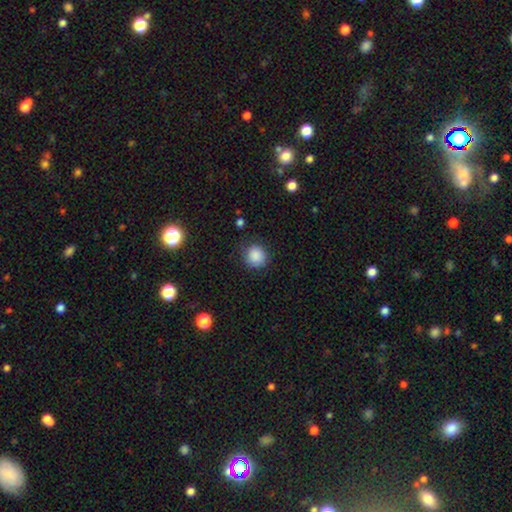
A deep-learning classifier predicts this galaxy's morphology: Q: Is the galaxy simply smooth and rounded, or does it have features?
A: smooth — 87%.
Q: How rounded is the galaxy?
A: round — 89%.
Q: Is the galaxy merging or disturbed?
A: none — 80%.